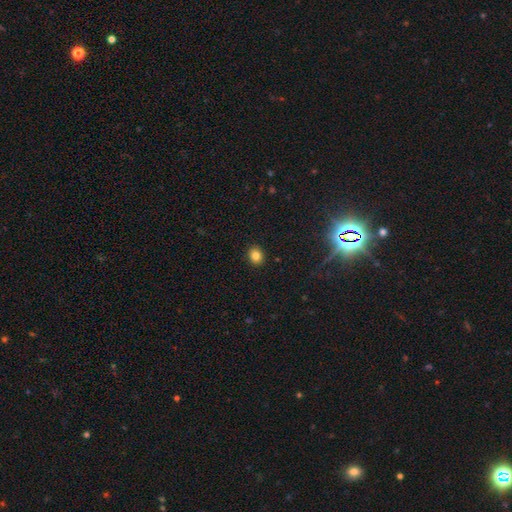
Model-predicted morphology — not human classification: smooth_or_featured: smooth (p=0.83) [alt: star or artifact p=0.11]
how_rounded: round (p=0.61) [alt: in between p=0.38]
merging: none (p=0.91) [alt: minor disturbance p=0.06]